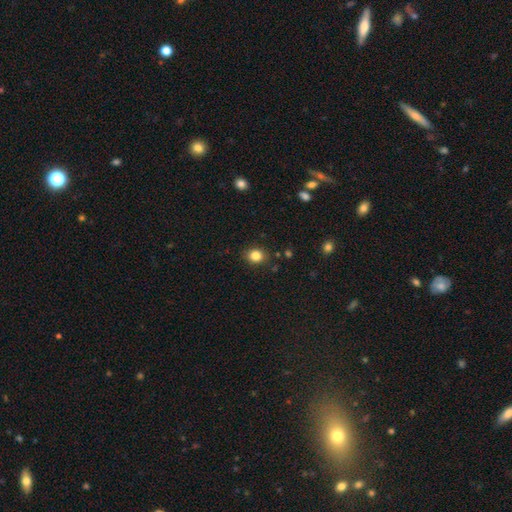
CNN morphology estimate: Smooth or featured? smooth (84%)
How rounded? round (64%)
Merging? none (87%)